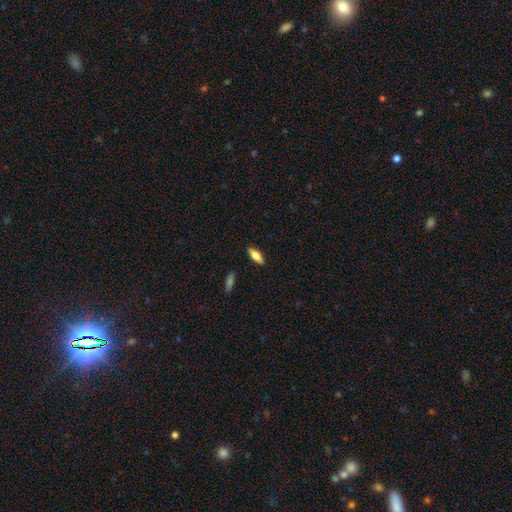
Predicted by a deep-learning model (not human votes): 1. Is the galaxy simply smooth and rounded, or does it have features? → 72% smooth, 21% featured or disk, 7% star or artifact.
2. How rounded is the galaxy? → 65% in between, 33% cigar-shaped, 2% round.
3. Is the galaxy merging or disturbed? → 87% none, 9% minor disturbance, 2% major disturbance, 2% merger.